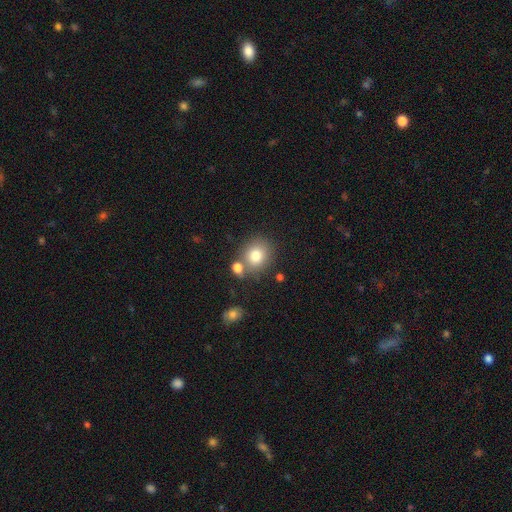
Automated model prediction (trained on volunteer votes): Q: Smooth or featured?
A: smooth (79%); runner-up: star or artifact (11%)
Q: How rounded?
A: round (78%); runner-up: in between (21%)
Q: Merging?
A: none (68%); runner-up: merger (17%)